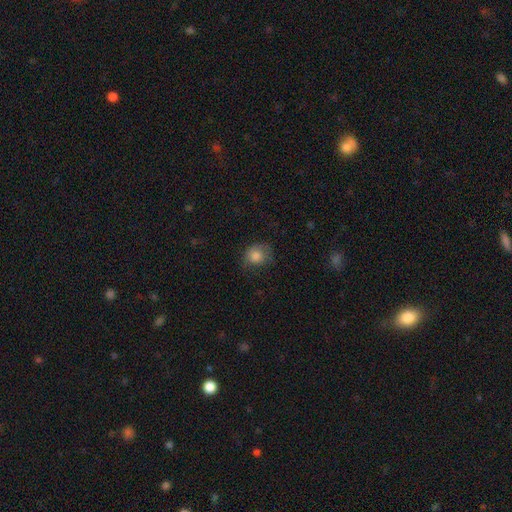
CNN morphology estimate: Q: Smooth or featured?
A: smooth (83%); runner-up: star or artifact (9%)
Q: How rounded?
A: round (70%); runner-up: in between (29%)
Q: Merging?
A: none (56%); runner-up: minor disturbance (29%)